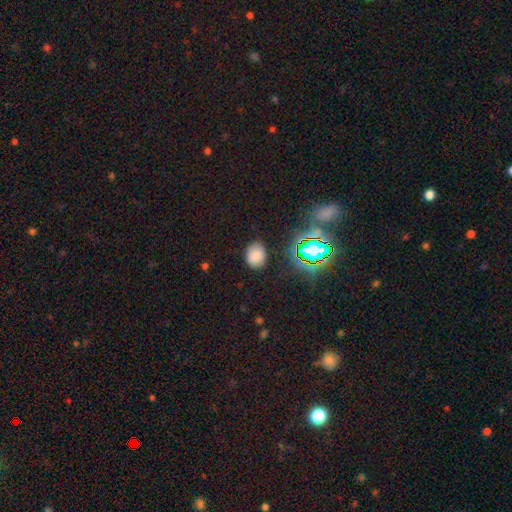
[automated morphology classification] A smooth galaxy with no disk features (75%) that is in between round and cigar-shaped (58%). Merging: none (82%).